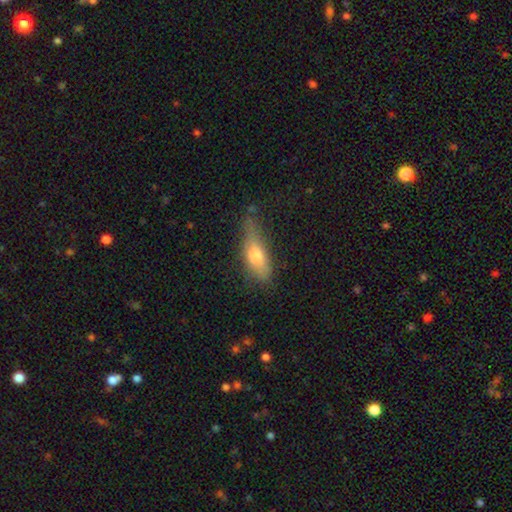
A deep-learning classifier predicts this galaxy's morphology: A smooth galaxy with no disk features (67%) that is in between round and cigar-shaped (60%).

Vote fractions:
- Smooth or featured? smooth: 67% / featured or disk: 26% / star or artifact: 8%
- How rounded? in between: 60% / cigar-shaped: 36% / round: 4%
- Merging? none: 45% / minor disturbance: 36% / major disturbance: 15% / merger: 4%